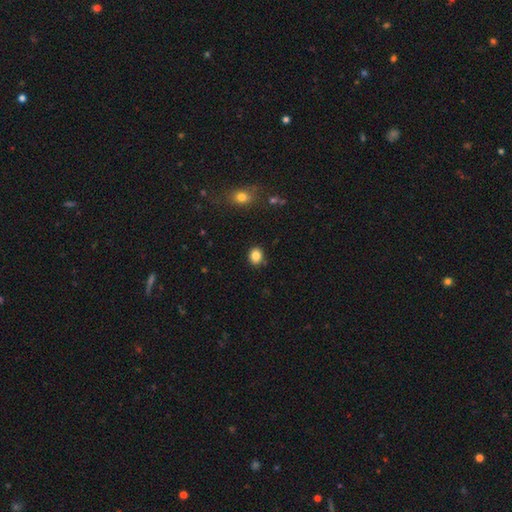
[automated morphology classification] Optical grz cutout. It shows a smooth galaxy with no disk features (85%) that is round (63%). Merging: none (87%).